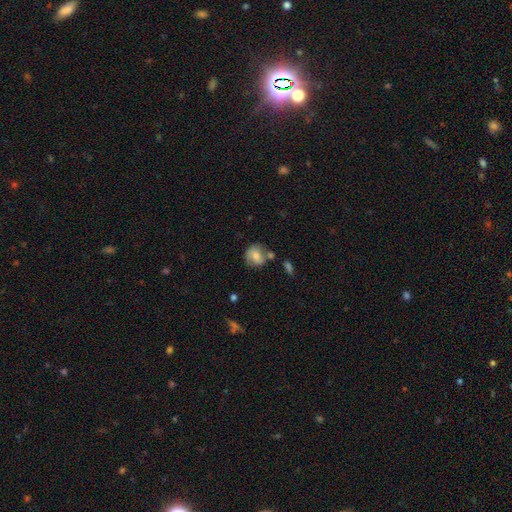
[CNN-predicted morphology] smooth_or_featured: smooth (p=0.62) [alt: featured or disk p=0.29]
how_rounded: round (p=0.76) [alt: in between p=0.23]
merging: none (p=0.59) [alt: minor disturbance p=0.21]